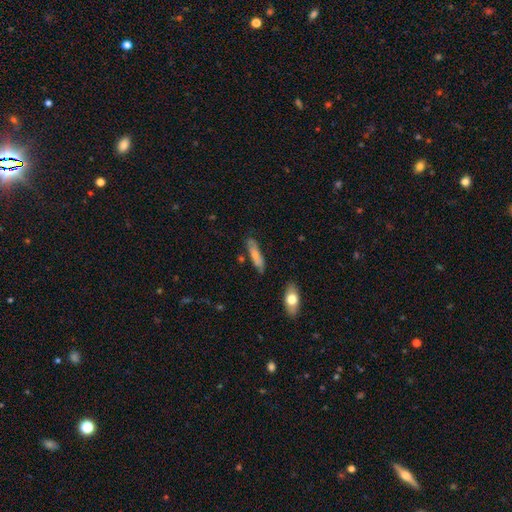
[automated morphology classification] This appears to be a smooth galaxy with no disk features (66%) that is cigar-shaped (66%). Merging: none (76%).